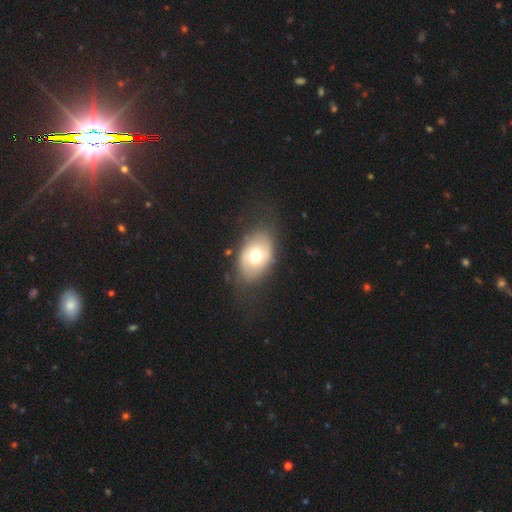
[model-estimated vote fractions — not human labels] Smooth or featured? Predicted: smooth (p=0.60). How rounded? Predicted: in between (p=0.84). Merging? Predicted: none (p=0.74).